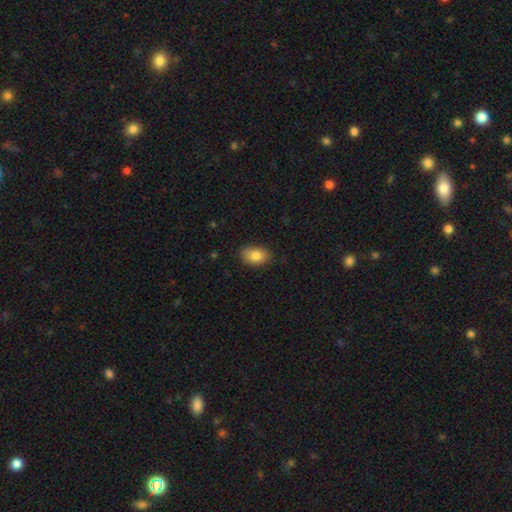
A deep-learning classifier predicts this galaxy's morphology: This is clearly a smooth galaxy (83%). How rounded: clearly in between (84%). Merging: clearly none (82%).